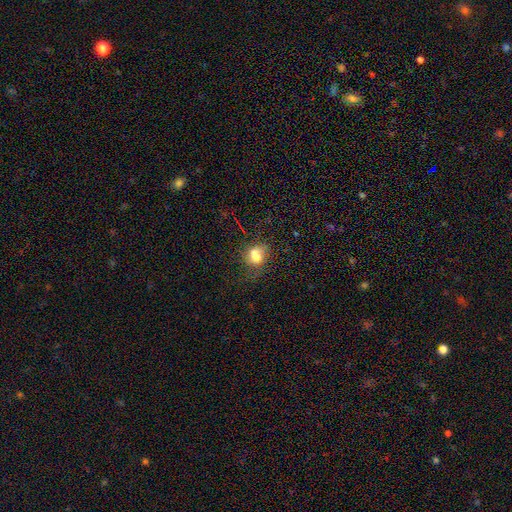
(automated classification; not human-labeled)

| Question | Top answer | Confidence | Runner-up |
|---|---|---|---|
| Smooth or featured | smooth | 64% | featured or disk (19%) |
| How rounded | round | 54% | in between (44%) |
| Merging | none | 40% | merger (29%) |